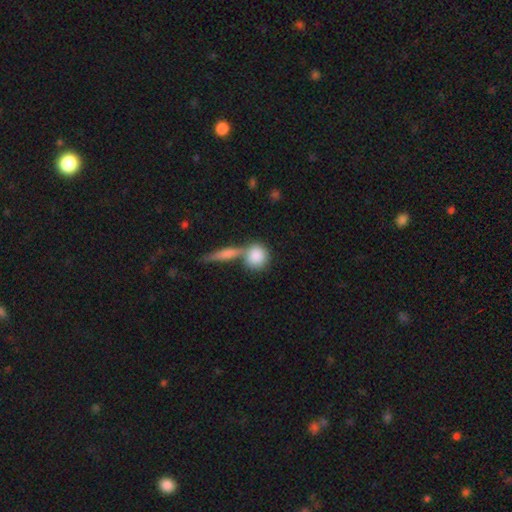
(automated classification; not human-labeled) Smooth or featured?
  - smooth: 83% *
  - featured or disk: 10%
  - star or artifact: 7%
How rounded?
  - round: 83% *
  - in between: 13%
  - cigar-shaped: 4%
Merging?
  - none: 49% *
  - merger: 36%
  - minor disturbance: 10%
  - major disturbance: 5%